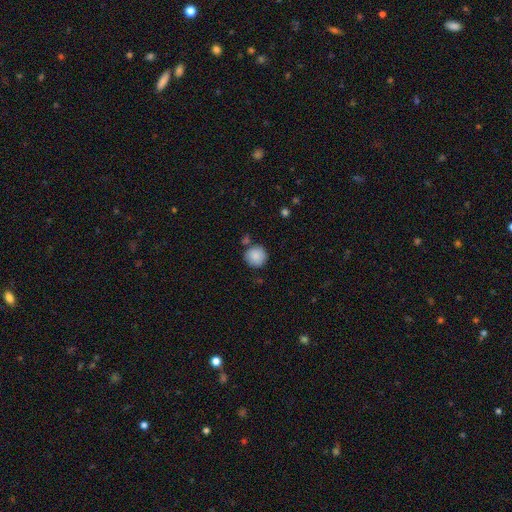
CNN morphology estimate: Smooth or featured? Predicted: smooth (p=0.88). How rounded? Predicted: round (p=0.94). Merging? Predicted: none (p=0.79).